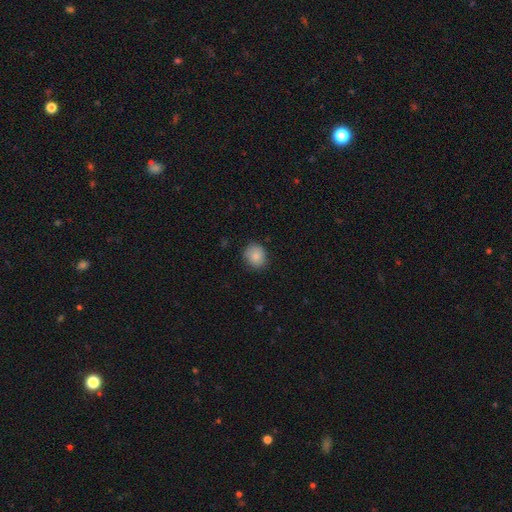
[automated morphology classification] smooth 84%, star or artifact 9%, featured or disk 7%. Down the decision tree: how rounded — round (76%); merging — none (82%).